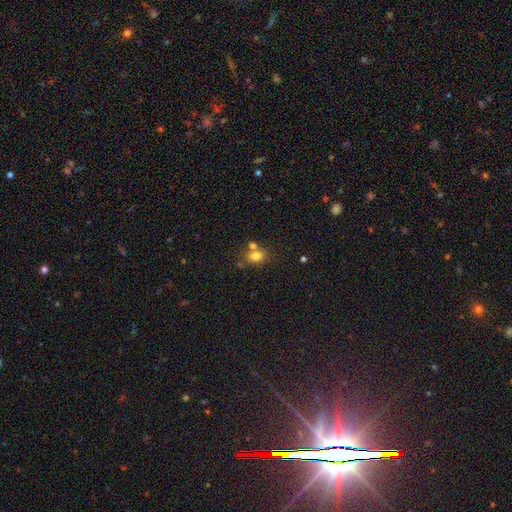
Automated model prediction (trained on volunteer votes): smooth 77%, star or artifact 13%, featured or disk 10%. Down the decision tree: how rounded — in between (53%); merging — none (55%).